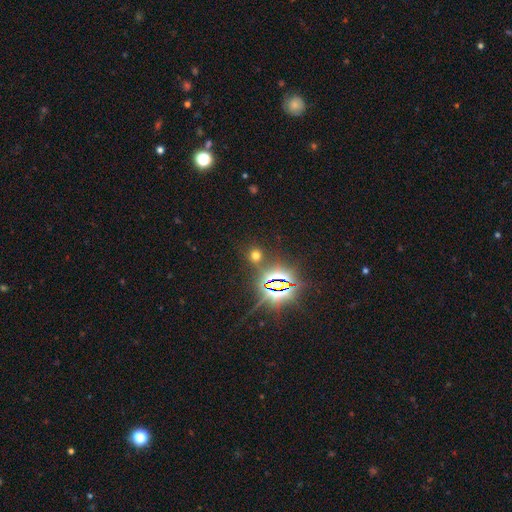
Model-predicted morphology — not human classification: Smooth or featured? Predicted: smooth (p=0.48). Merging? Predicted: none (p=0.79).